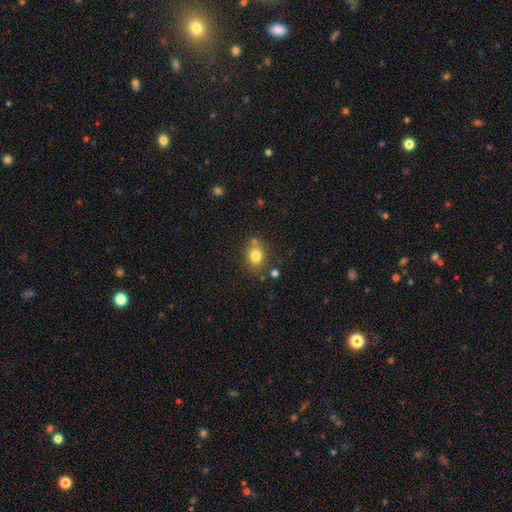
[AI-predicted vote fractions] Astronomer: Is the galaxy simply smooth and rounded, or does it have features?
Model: smooth — 80%.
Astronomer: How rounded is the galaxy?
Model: round — 58% (runner-up: in between, 41%).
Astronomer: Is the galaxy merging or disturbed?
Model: none — 71%.